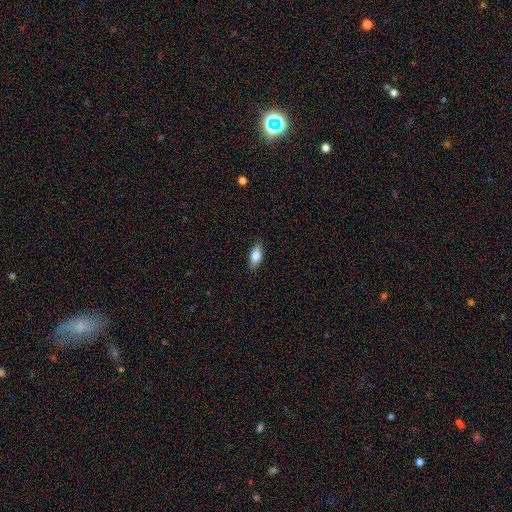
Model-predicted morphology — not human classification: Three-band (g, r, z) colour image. It shows a smooth galaxy with no disk features (74%) that is in between round and cigar-shaped (79%). Merging: none (87%).